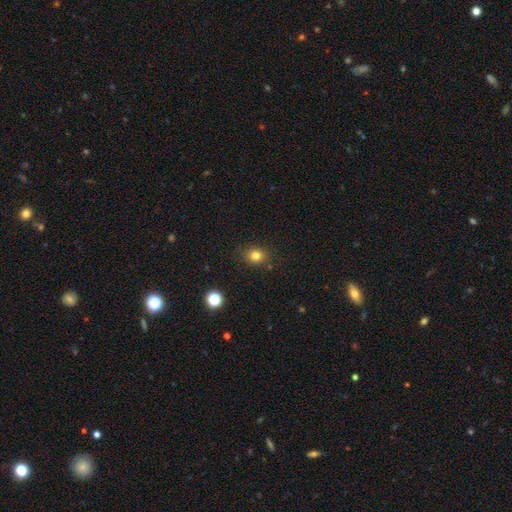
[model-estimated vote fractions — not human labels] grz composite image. It shows a smooth galaxy with no disk features (80%) that is round (64%). Merging: none (85%).